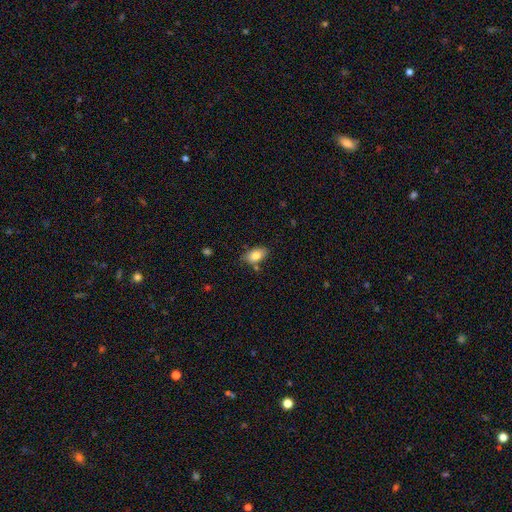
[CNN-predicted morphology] The model was most divided on "merging": none: 73%, minor disturbance: 18%, merger: 6%, major disturbance: 3%. More confident: how rounded — in between (91%); smooth or featured — smooth (82%).